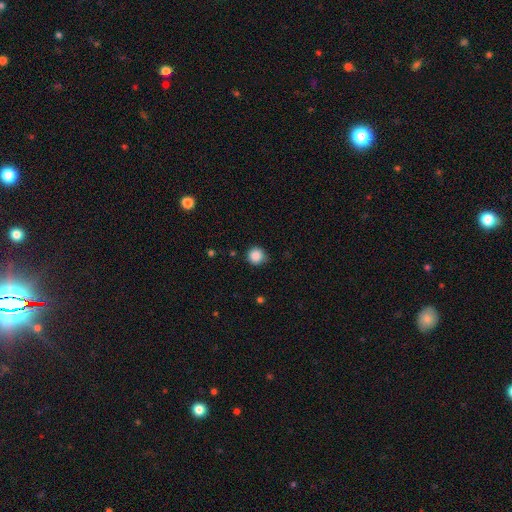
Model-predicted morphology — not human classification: This is clearly a smooth galaxy (87%). How rounded: clearly round (94%). Merging: clearly none (82%).